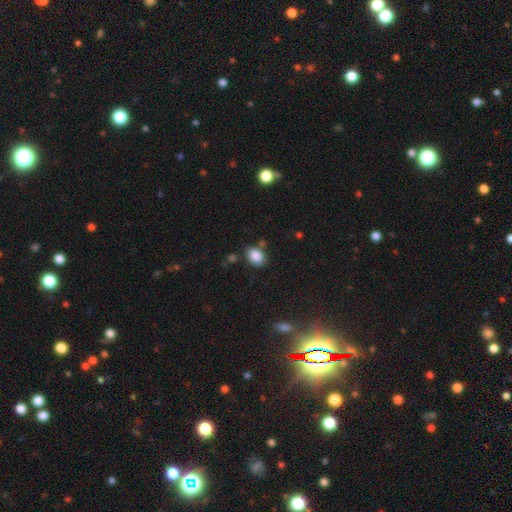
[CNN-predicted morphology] smooth_or_featured: smooth (p=0.87) [alt: star or artifact p=0.09]
how_rounded: in between (p=0.70) [alt: round p=0.29]
merging: none (p=0.74) [alt: minor disturbance p=0.14]